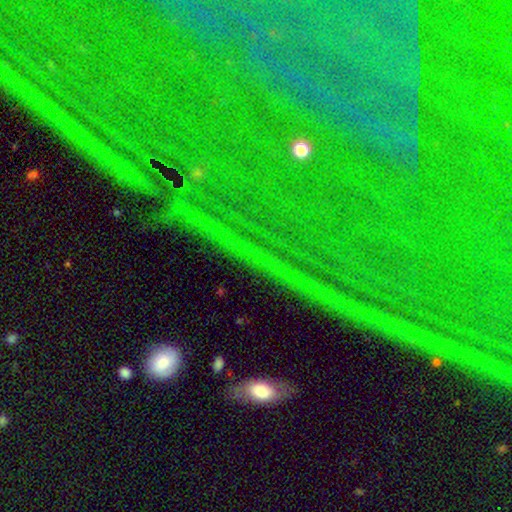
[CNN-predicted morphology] Q: Smooth or featured?
A: star or artifact (77%); runner-up: featured or disk (12%)